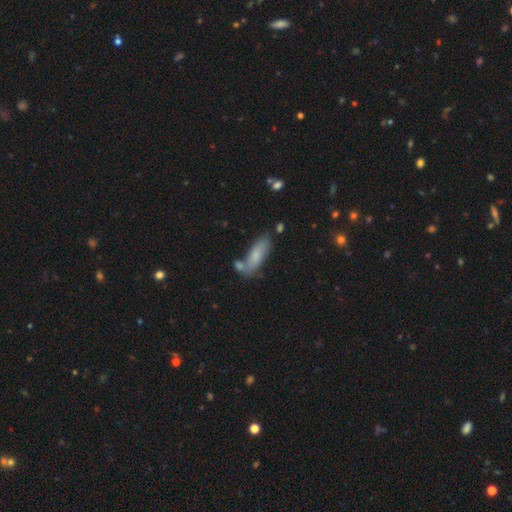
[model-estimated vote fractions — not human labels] Smooth or featured? Predicted: smooth (p=0.72). How rounded? Predicted: in between (p=0.62). Merging? Predicted: none (p=0.55).